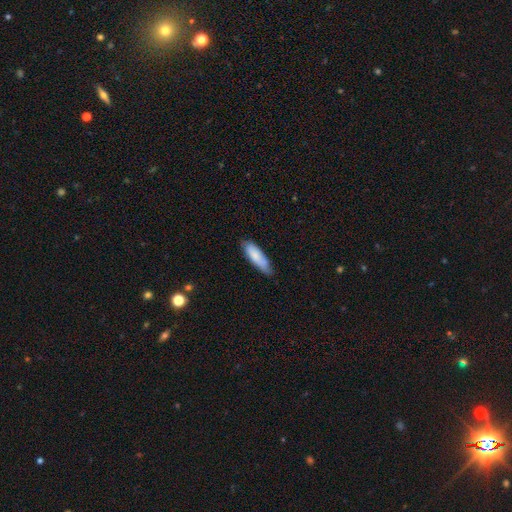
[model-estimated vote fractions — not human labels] Morphology: type=smooth (81%); roundness=cigar-shaped (50%); merging=none (69%).